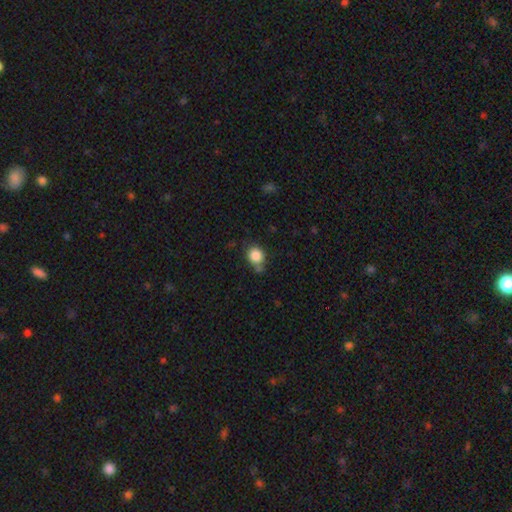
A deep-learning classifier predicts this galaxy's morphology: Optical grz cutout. It shows a smooth galaxy with no disk features (84%) that is round (73%). Merging: none (61%).